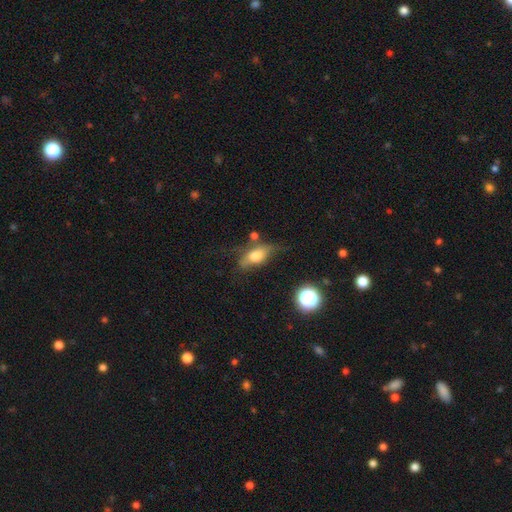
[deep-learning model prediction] smooth_or_featured: smooth (p=0.60) [alt: featured or disk p=0.30]
how_rounded: in between (p=0.76) [alt: cigar-shaped p=0.16]
merging: none (p=0.47) [alt: minor disturbance p=0.29]